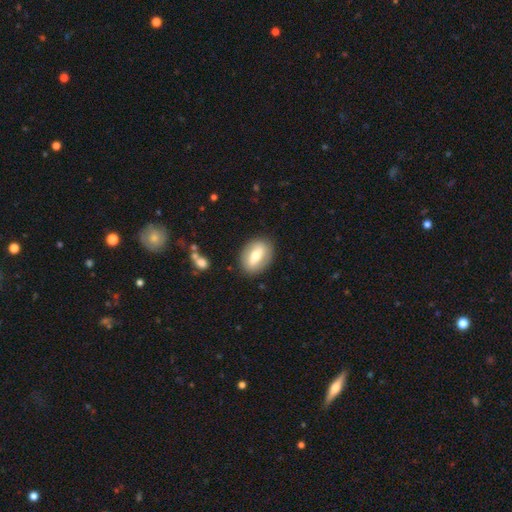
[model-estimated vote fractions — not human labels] Overall: smooth (56%; featured or disk 37%). How rounded: in between (82%). Merging: none (85%).